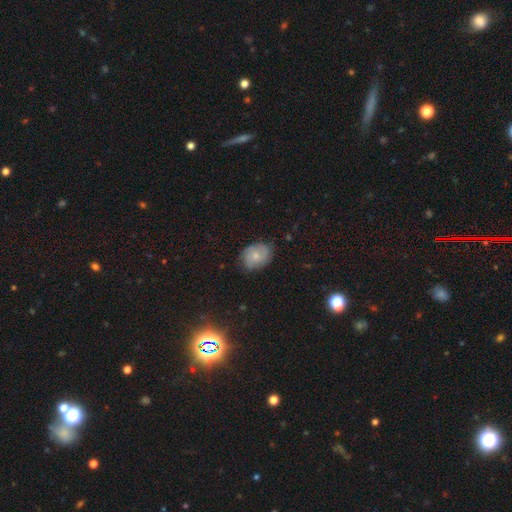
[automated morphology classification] Smooth or featured: smooth — 56% (featured or disk — 37%)
How rounded: in between — 59% (round — 40%)
Merging: none — 71% (minor disturbance — 23%)